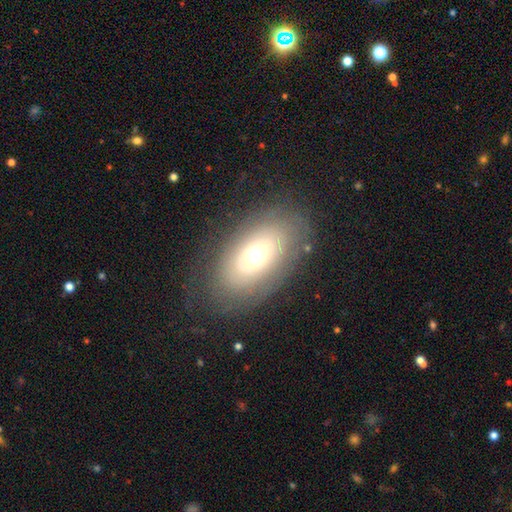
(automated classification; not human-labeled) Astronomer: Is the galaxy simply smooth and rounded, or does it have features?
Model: smooth — 47% (runner-up: featured or disk, 43%).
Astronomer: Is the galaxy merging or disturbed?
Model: none — 75%.